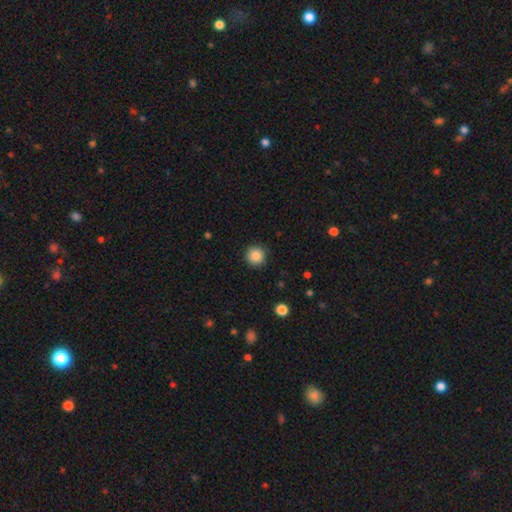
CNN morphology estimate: This appears to be a smooth galaxy with no disk features (87%) that is round (95%). Merging: none (91%).